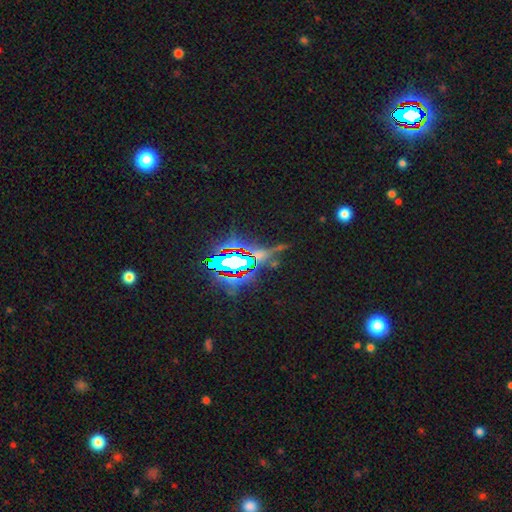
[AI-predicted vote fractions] Morphology: type=star or artifact (73%).